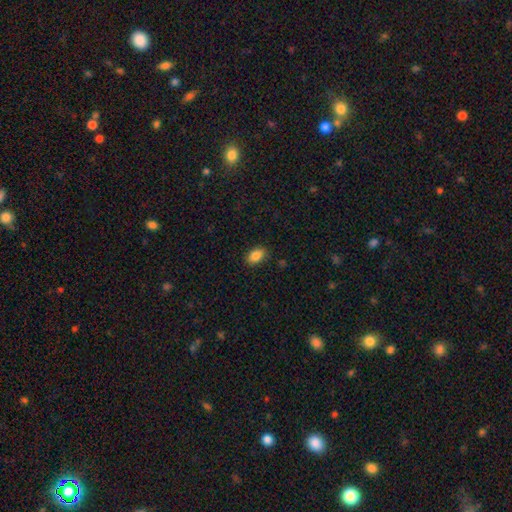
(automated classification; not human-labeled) Morphology: type=smooth (86%); roundness=in between (88%); merging=none (85%).